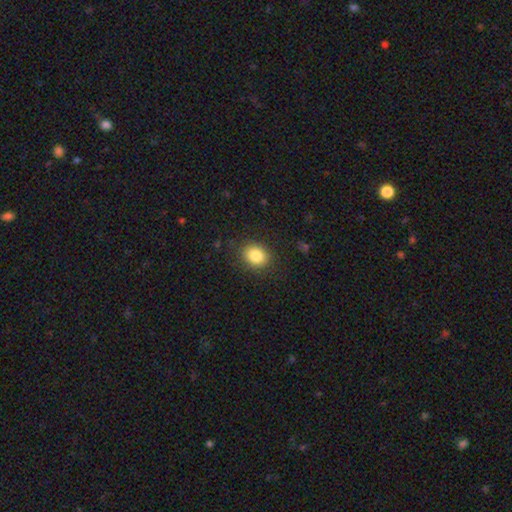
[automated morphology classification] This appears to be a smooth galaxy with no disk features (84%) that is round (58%). Merging: none (86%).